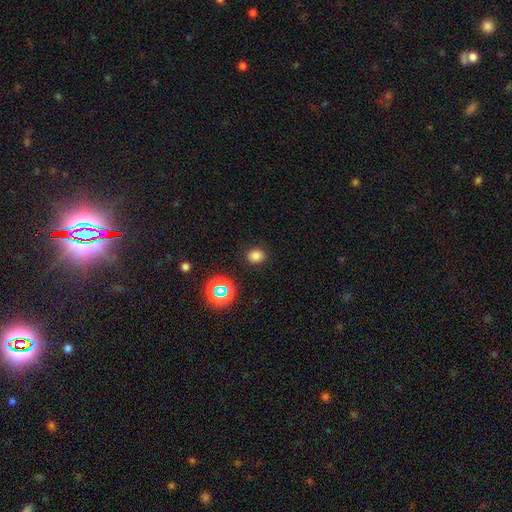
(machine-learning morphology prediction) This is likely a smooth galaxy (76%). How rounded: possibly round (60%). Merging: clearly none (87%).